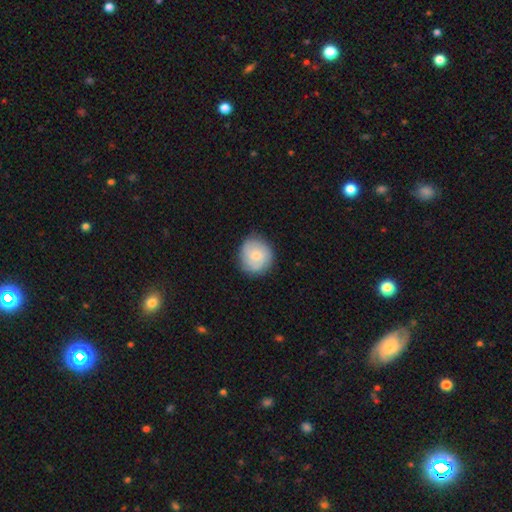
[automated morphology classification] The model was most divided on "smooth or featured": smooth: 66%, featured or disk: 28%, star or artifact: 6%. More confident: how rounded — round (86%); merging — none (81%).